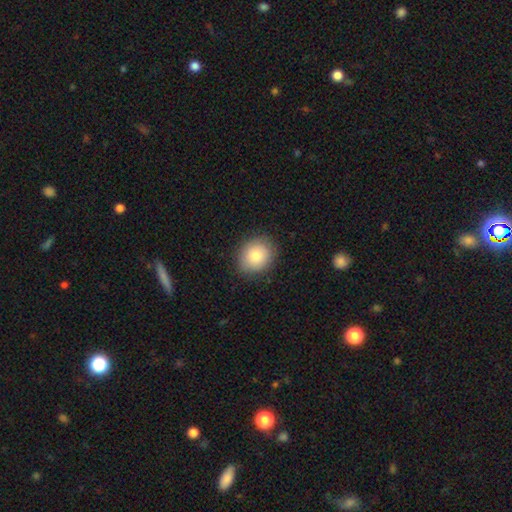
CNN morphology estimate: A smooth galaxy with no disk features (81%) that is round (70%).

Vote fractions:
- Smooth or featured? smooth: 81% / featured or disk: 10% / star or artifact: 9%
- How rounded? round: 70% / in between: 29% / cigar-shaped: 1%
- Merging? none: 87% / minor disturbance: 9% / major disturbance: 2% / merger: 1%